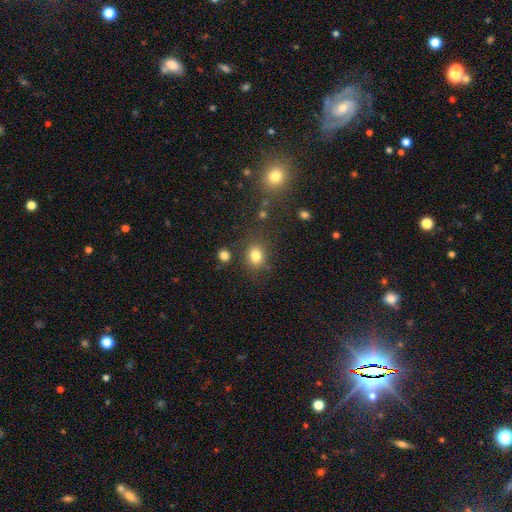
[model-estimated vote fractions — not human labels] smooth_or_featured: smooth (p=0.81) [alt: star or artifact p=0.13]
how_rounded: round (p=0.58) [alt: in between p=0.41]
merging: none (p=0.77) [alt: minor disturbance p=0.13]